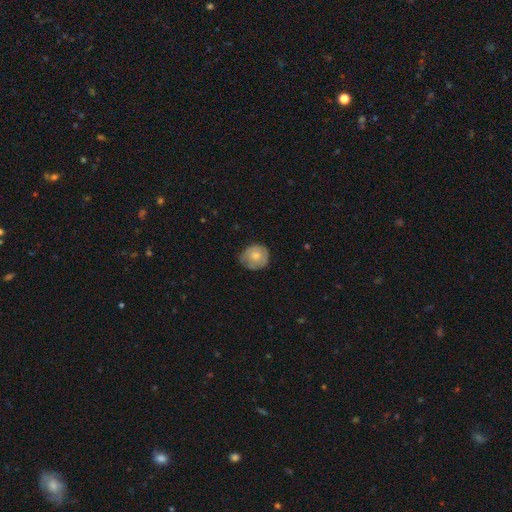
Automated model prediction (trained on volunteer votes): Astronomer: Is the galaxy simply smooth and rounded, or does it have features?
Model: smooth — 67%.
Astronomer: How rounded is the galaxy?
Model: round — 84%.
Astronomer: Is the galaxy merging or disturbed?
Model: none — 68%.